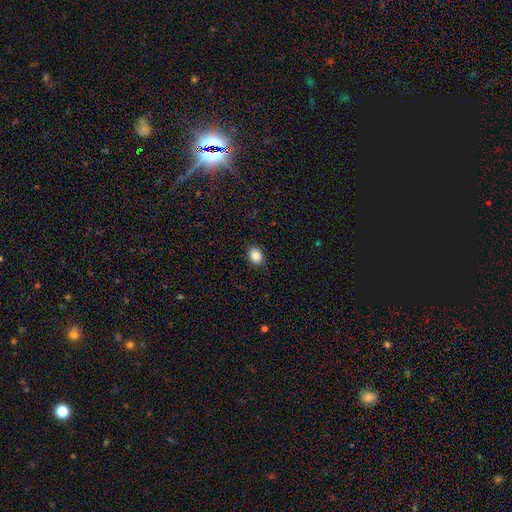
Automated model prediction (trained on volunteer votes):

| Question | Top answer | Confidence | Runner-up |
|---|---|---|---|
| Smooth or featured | smooth | 88% | star or artifact (9%) |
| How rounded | in between | 60% | round (39%) |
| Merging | none | 90% | minor disturbance (8%) |